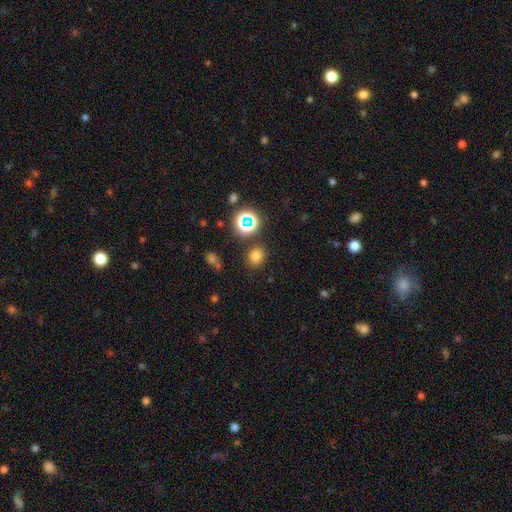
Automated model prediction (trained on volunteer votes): A smooth galaxy with no disk features (73%) that is round (77%).

Vote fractions:
- Smooth or featured? smooth: 73% / star or artifact: 21% / featured or disk: 7%
- How rounded? round: 77% / in between: 22% / cigar-shaped: 1%
- Merging? none: 84% / minor disturbance: 8% / merger: 4% / major disturbance: 3%